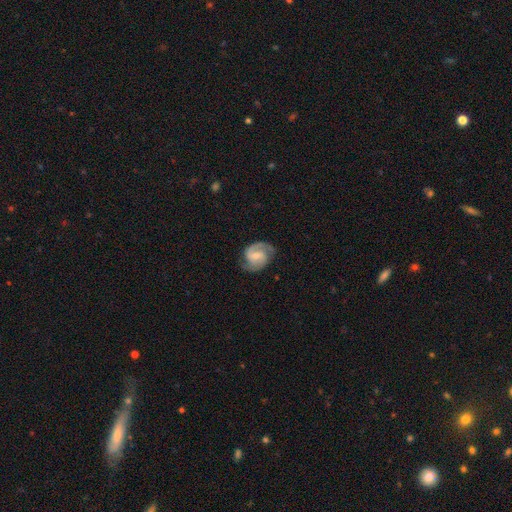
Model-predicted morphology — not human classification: A featured or disk galaxy (85%) with a weak bar (52%), 2 (89%) medium (52%) spiral arms (97%) and a small central bulge (48%). Merging: none (76%).